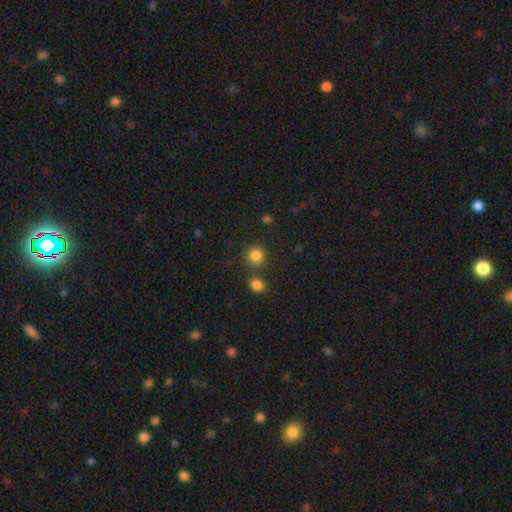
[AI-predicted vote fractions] Smooth or featured?
  - smooth: 83% *
  - star or artifact: 12%
  - featured or disk: 5%
How rounded?
  - round: 89% *
  - in between: 10%
  - cigar-shaped: 1%
Merging?
  - none: 73% *
  - merger: 14%
  - minor disturbance: 9%
  - major disturbance: 4%